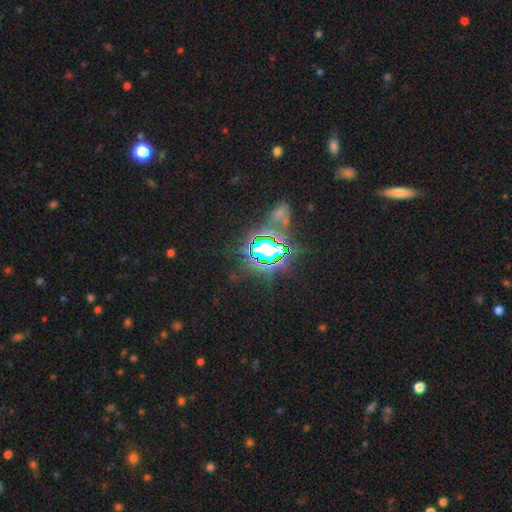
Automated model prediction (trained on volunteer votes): Smooth or featured?
  - star or artifact: 80% *
  - smooth: 12%
  - featured or disk: 8%